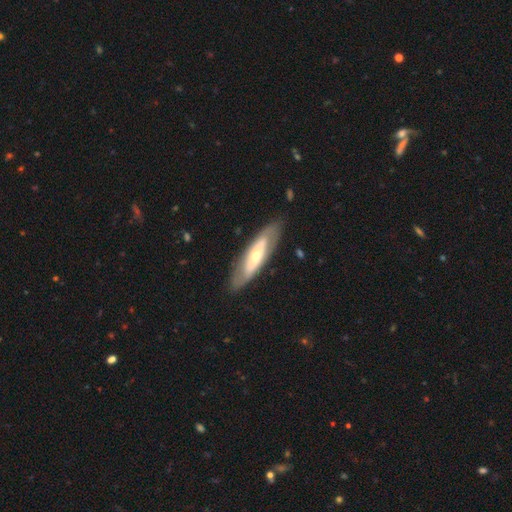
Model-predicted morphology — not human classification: Overall: featured or disk (59%; smooth 36%). Edge-on disk: no (66%; yes 34%). Merging: none (82%).